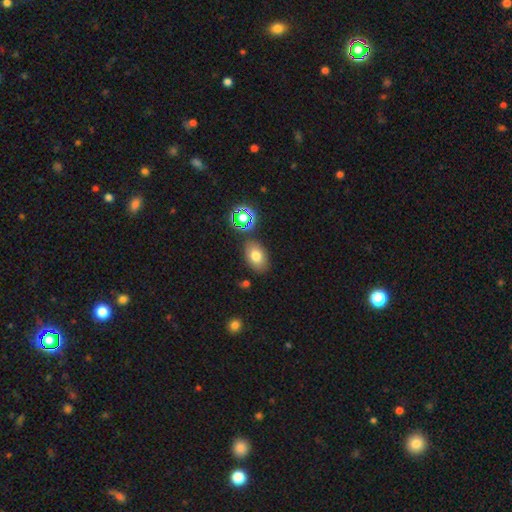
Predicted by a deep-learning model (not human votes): The model was most divided on "smooth or featured": smooth: 75%, star or artifact: 13%, featured or disk: 12%. More confident: how rounded — in between (85%); merging — none (82%).